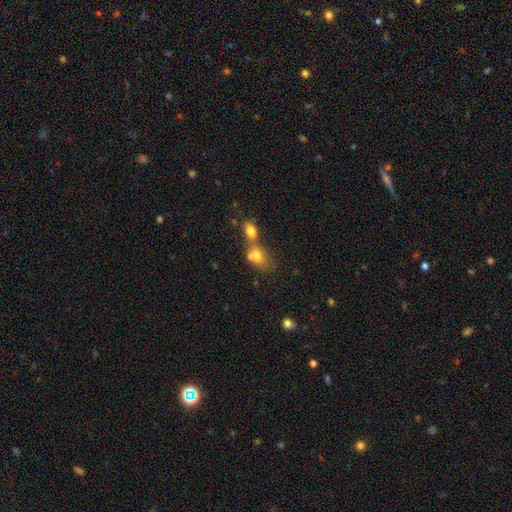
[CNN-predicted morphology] smooth 72%, featured or disk 17%, star or artifact 11%. Down the decision tree: how rounded — in between (73%); merging — merger (60%).